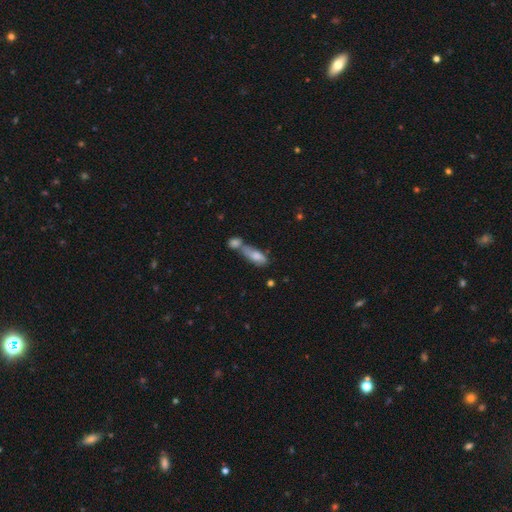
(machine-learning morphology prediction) type=smooth (71%); roundness=in between (73%); merging=merger (57%).